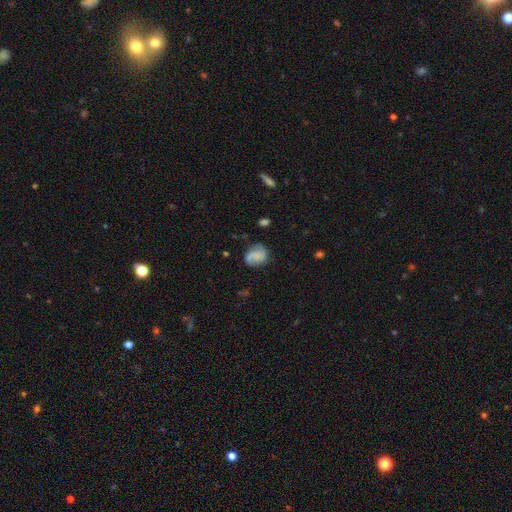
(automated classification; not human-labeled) Overall: smooth (50%; featured or disk 41%). Merging: none (63%; minor disturbance 24%).